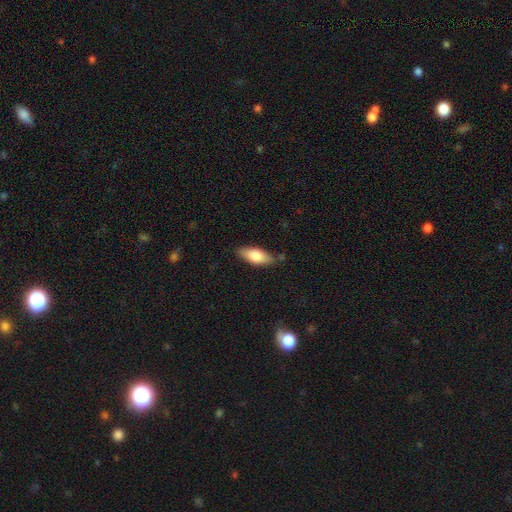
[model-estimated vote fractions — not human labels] This appears to be a smooth galaxy with no disk features (78%) that is in between round and cigar-shaped (80%). Merging: none (78%).